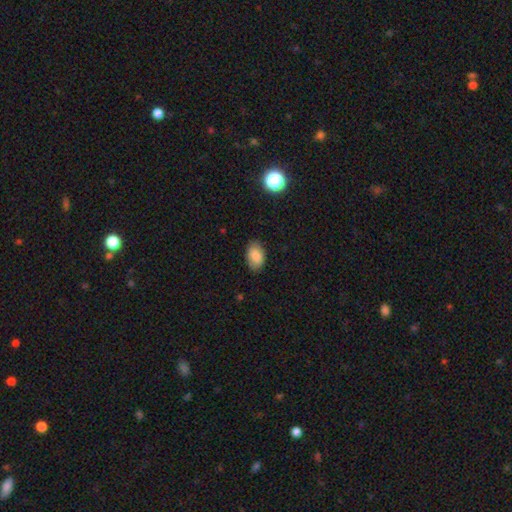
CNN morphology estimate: Smooth or featured: smooth — 83% (featured or disk — 9%)
How rounded: in between — 91% (round — 7%)
Merging: none — 83% (minor disturbance — 13%)